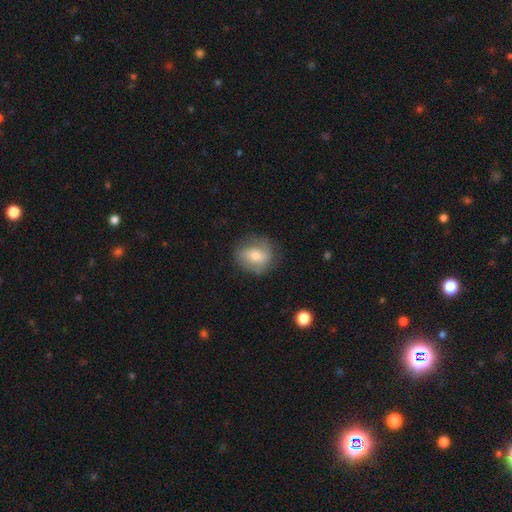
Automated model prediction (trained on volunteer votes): Morphology: type=smooth (56%); roundness=round (67%); merging=none (73%).